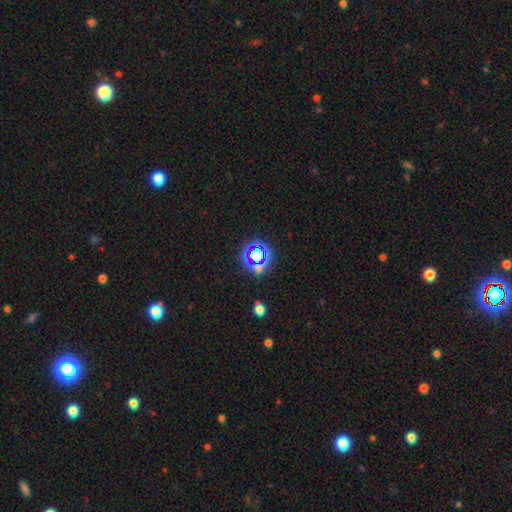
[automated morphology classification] smooth_or_featured: star or artifact (p=0.62) [alt: smooth p=0.27]